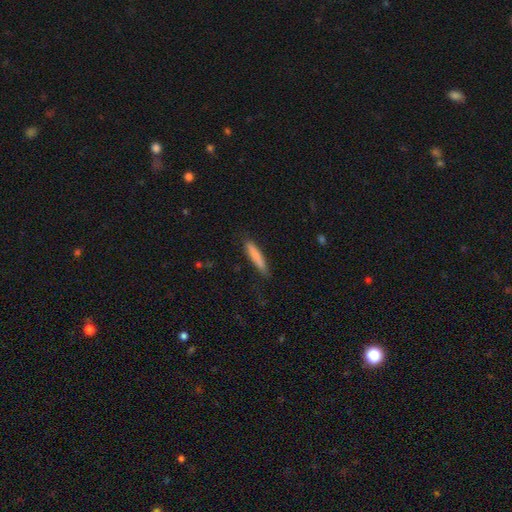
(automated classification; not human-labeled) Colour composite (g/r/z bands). It shows a smooth galaxy with no disk features (81%) that is cigar-shaped (89%). Merging: none (79%).